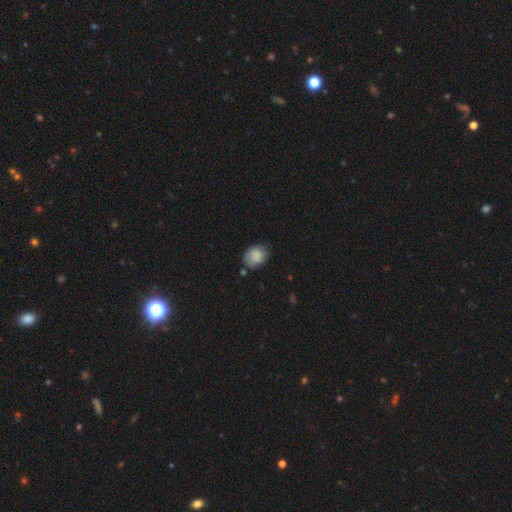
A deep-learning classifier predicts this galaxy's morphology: Smooth or featured? smooth (83%)
How rounded? in between (63%)
Merging? none (63%)